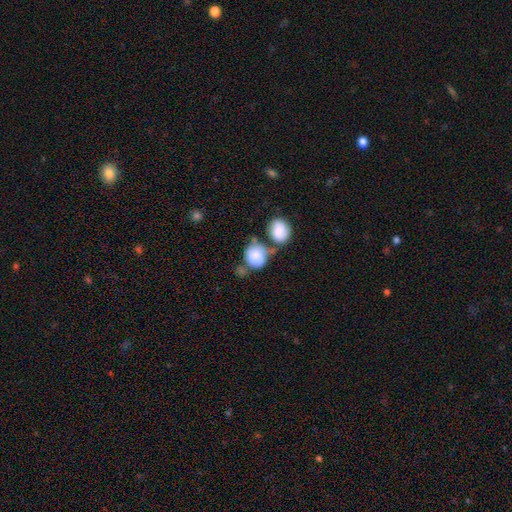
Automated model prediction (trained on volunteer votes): A smooth galaxy with no disk features (81%) that is round (61%).

Vote fractions:
- Smooth or featured? smooth: 81% / featured or disk: 13% / star or artifact: 6%
- How rounded? round: 61% / in between: 38% / cigar-shaped: 1%
- Merging? merger: 45% / none: 30% / minor disturbance: 16% / major disturbance: 8%